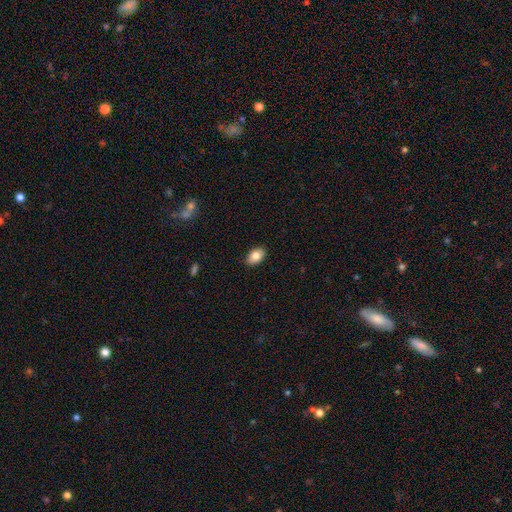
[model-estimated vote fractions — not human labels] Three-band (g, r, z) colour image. It shows a smooth galaxy with no disk features (83%) that is in between round and cigar-shaped (91%). Merging: none (89%).